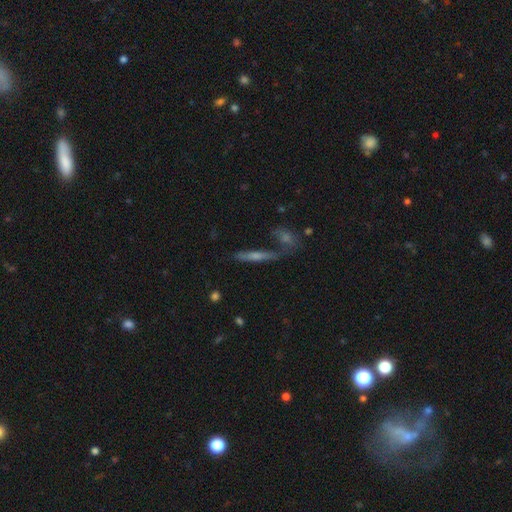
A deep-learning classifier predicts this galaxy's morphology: Smooth or featured?
  - featured or disk: 52% *
  - smooth: 36%
  - star or artifact: 12%
Edge-on disk?
  - yes: 89% *
  - no: 11%
Merging?
  - none: 64% *
  - merger: 20%
  - minor disturbance: 11%
  - major disturbance: 5%